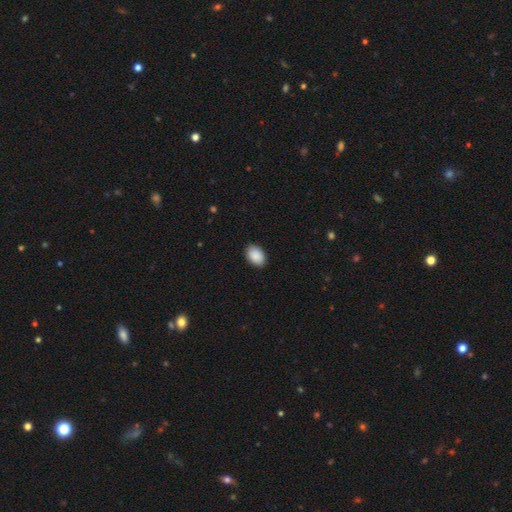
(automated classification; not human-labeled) Overall: smooth (90%). How rounded: in between (87%). Merging: none (89%).